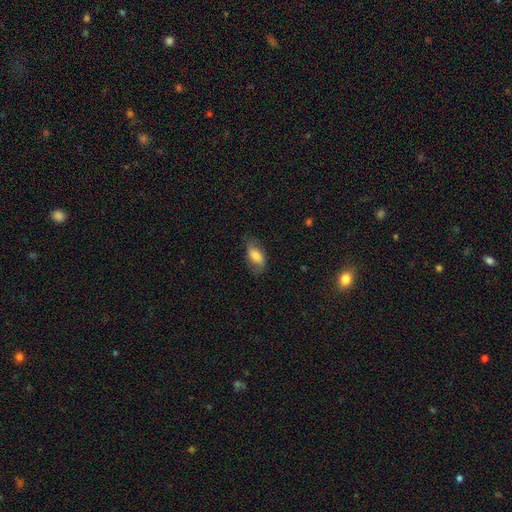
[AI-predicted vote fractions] A smooth galaxy with no disk features (70%) that is in between round and cigar-shaped (90%). Merging: none (69%).